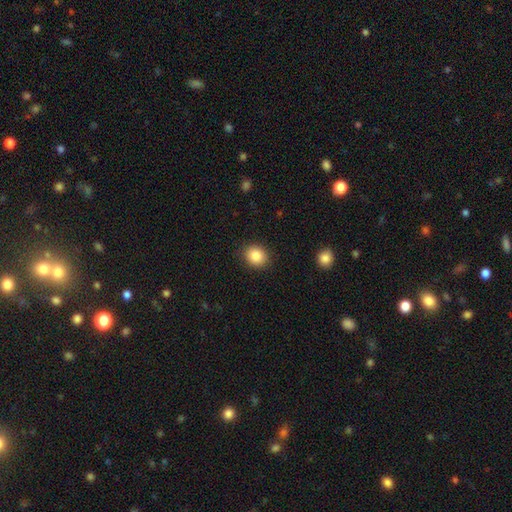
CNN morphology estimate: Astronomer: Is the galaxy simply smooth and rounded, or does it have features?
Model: smooth — 86%.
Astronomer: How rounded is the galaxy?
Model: round — 72%.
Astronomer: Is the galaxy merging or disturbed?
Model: none — 88%.